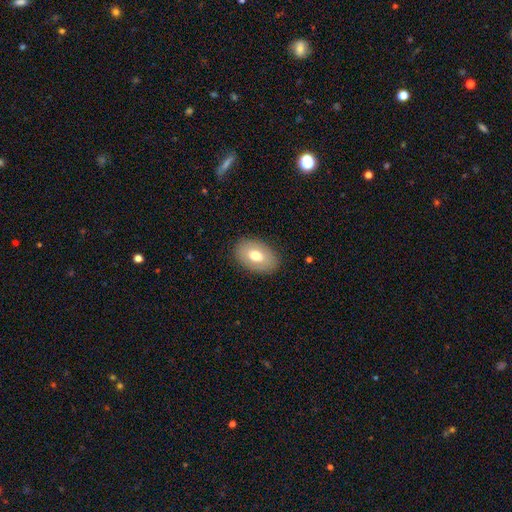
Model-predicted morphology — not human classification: smooth-or-featured: smooth: 67% | featured or disk: 26% | star or artifact: 7%
  how-rounded: in between: 87% | round: 12% | cigar-shaped: 1%
  merging: none: 86% | minor disturbance: 10% | major disturbance: 3% | merger: 1%